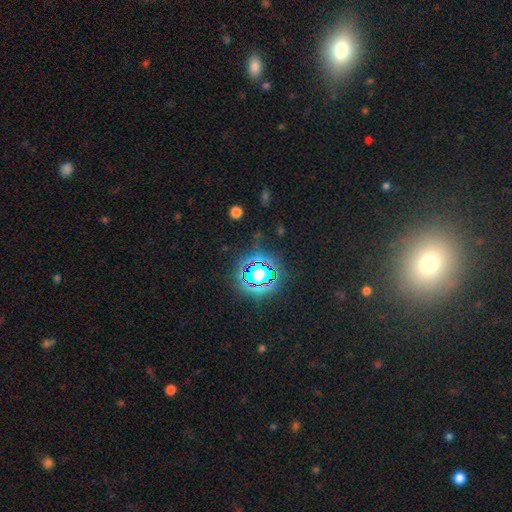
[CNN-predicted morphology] Smooth or featured: star or artifact — 72% (smooth — 17%)